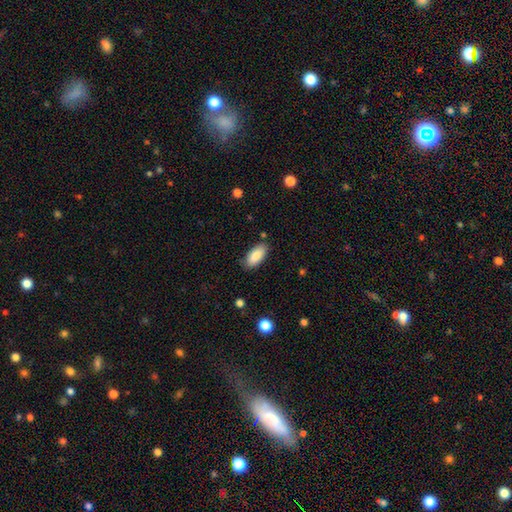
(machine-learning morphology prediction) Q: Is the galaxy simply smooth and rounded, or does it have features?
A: smooth — 88%.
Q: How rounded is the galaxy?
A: in between — 89%.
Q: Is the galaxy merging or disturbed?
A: none — 85%.